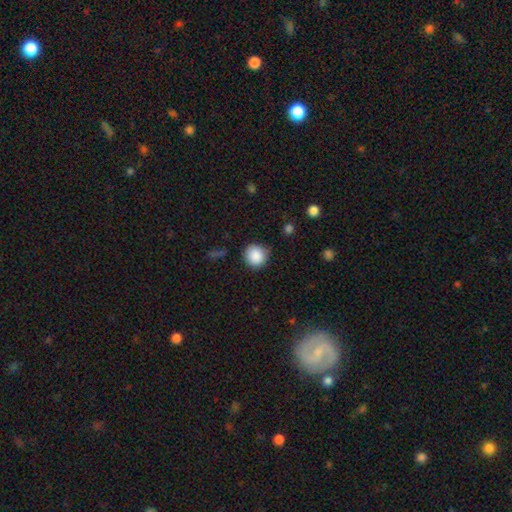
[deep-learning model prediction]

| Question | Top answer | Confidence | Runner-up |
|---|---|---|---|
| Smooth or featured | smooth | 88% | star or artifact (9%) |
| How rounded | round | 93% | in between (6%) |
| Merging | none | 83% | minor disturbance (12%) |